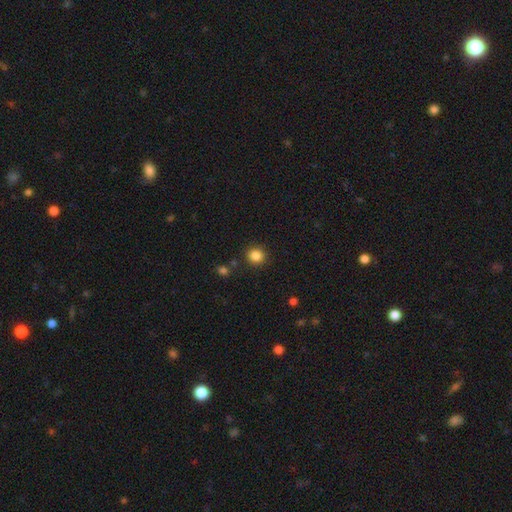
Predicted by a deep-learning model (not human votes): The model was most divided on "smooth or featured": smooth: 85%, star or artifact: 11%, featured or disk: 4%. More confident: how rounded — round (89%); merging — none (89%).